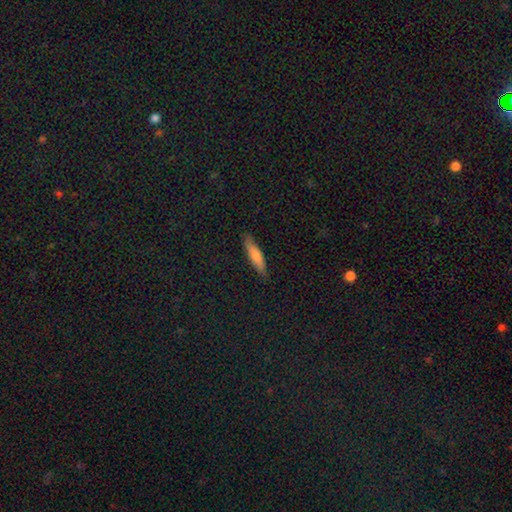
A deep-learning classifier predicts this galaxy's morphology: Smooth or featured?
  - smooth: 74% *
  - featured or disk: 19%
  - star or artifact: 6%
How rounded?
  - cigar-shaped: 74% *
  - in between: 24%
  - round: 2%
Merging?
  - none: 83% *
  - minor disturbance: 13%
  - major disturbance: 2%
  - merger: 1%